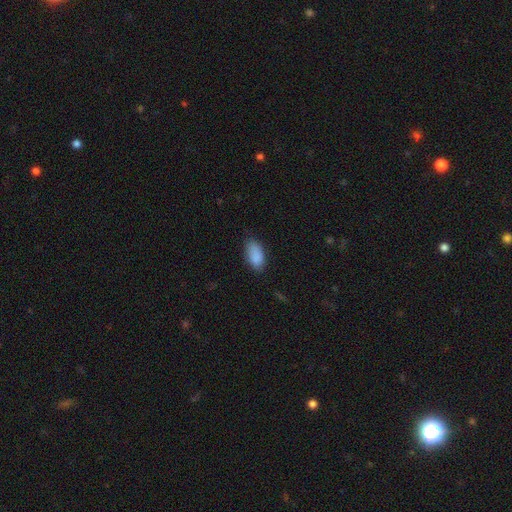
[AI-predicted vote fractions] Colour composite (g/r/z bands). It shows a smooth galaxy with no disk features (88%) that is in between round and cigar-shaped (93%). Merging: none (71%).